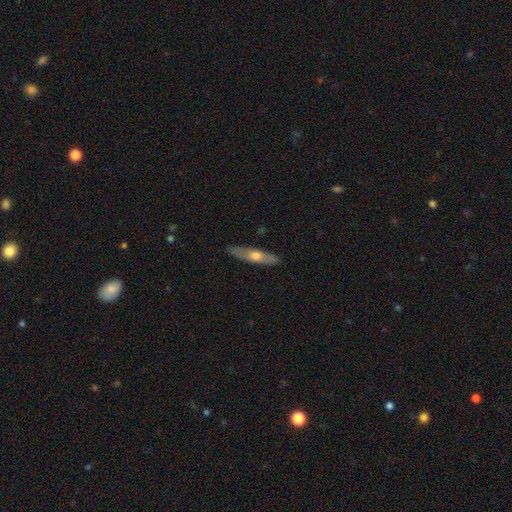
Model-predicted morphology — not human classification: Smooth or featured? Predicted: featured or disk (p=0.56). Edge-on disk? Predicted: yes (p=0.77). Merging? Predicted: none (p=0.87).